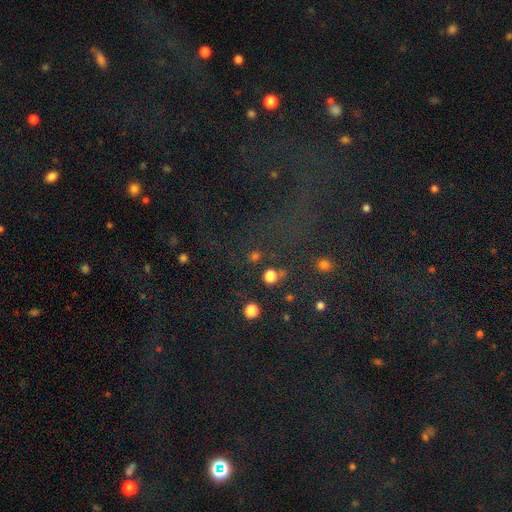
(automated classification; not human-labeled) This is likely a star or artifact rather than a galaxy (63%).